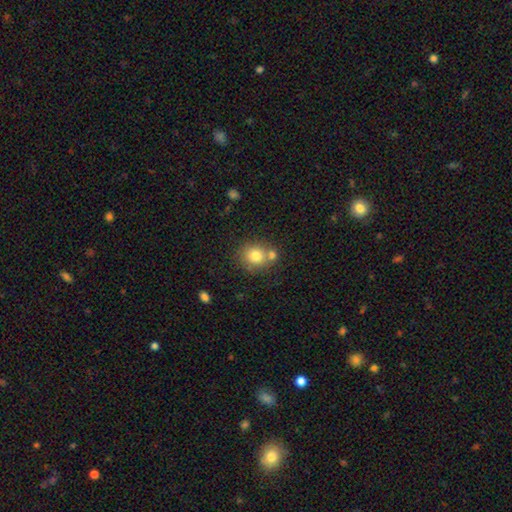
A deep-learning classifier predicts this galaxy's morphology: Q: Smooth or featured?
A: smooth (78%); runner-up: featured or disk (12%)
Q: How rounded?
A: round (77%); runner-up: in between (22%)
Q: Merging?
A: none (56%); runner-up: merger (29%)